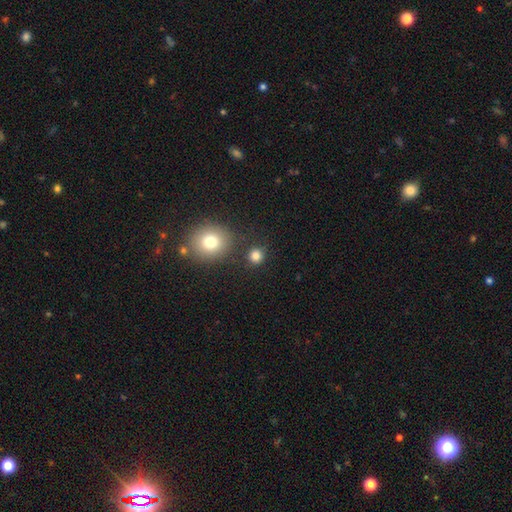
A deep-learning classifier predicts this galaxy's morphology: smooth_or_featured: smooth (p=0.82) [alt: star or artifact p=0.13]
how_rounded: round (p=0.88) [alt: in between p=0.11]
merging: none (p=0.82) [alt: minor disturbance p=0.08]